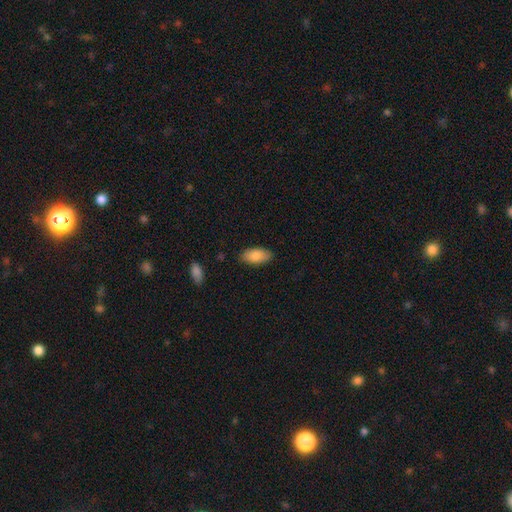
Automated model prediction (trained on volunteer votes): This is clearly a smooth galaxy (85%). How rounded: clearly in between (92%). Merging: clearly none (85%).